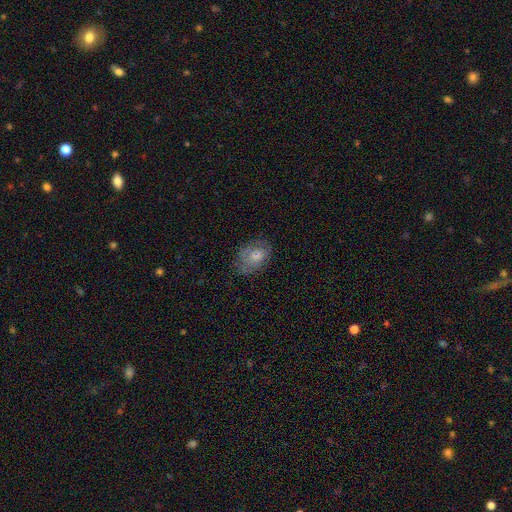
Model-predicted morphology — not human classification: type=smooth (57%); roundness=in between (77%); merging=none (64%).